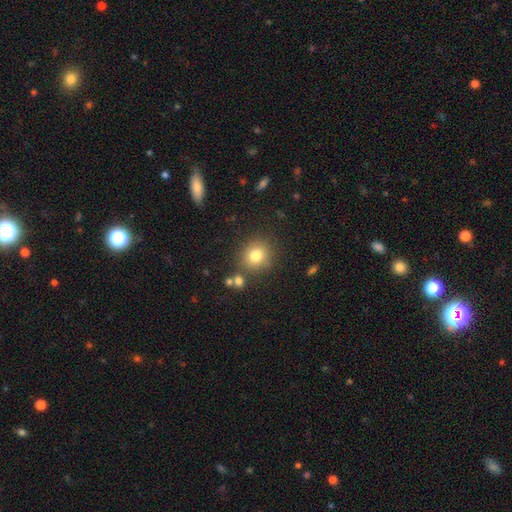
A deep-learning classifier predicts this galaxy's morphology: Smooth or featured?
  - smooth: 79% *
  - star or artifact: 12%
  - featured or disk: 9%
How rounded?
  - round: 82% *
  - in between: 17%
  - cigar-shaped: 1%
Merging?
  - none: 81% *
  - minor disturbance: 10%
  - merger: 6%
  - major disturbance: 3%